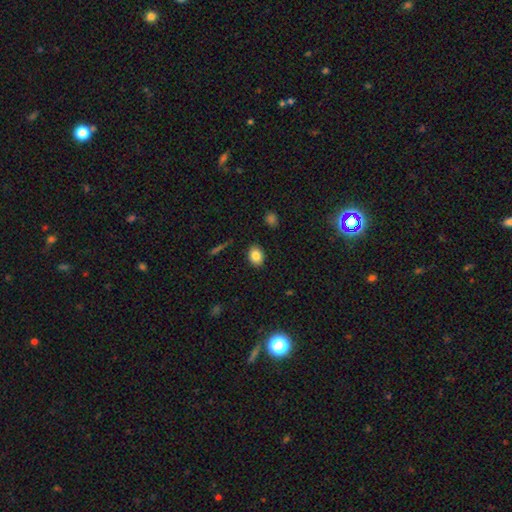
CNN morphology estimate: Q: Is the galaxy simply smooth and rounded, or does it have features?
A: smooth — 84%.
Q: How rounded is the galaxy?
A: in between — 67%.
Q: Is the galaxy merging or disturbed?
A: none — 89%.